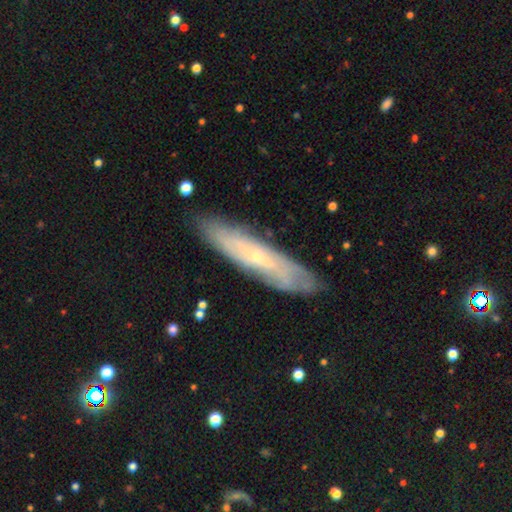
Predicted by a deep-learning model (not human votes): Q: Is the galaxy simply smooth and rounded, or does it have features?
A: featured or disk — 61%.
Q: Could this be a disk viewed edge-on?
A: no — 51%.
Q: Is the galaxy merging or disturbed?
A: none — 83%.